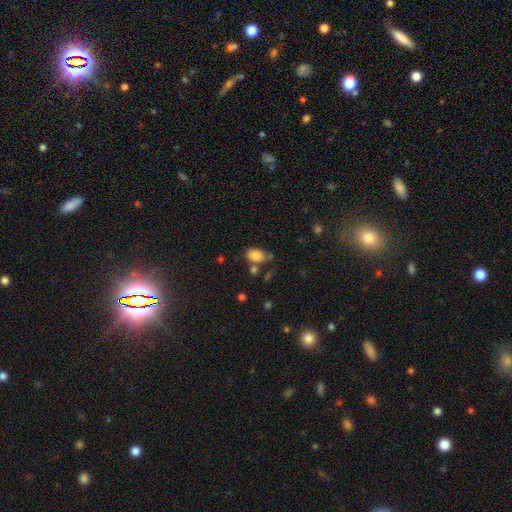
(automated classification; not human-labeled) Smooth or featured?
  - smooth: 84% *
  - star or artifact: 9%
  - featured or disk: 6%
How rounded?
  - in between: 84% *
  - round: 15%
  - cigar-shaped: 1%
Merging?
  - none: 59% *
  - minor disturbance: 19%
  - merger: 16%
  - major disturbance: 6%